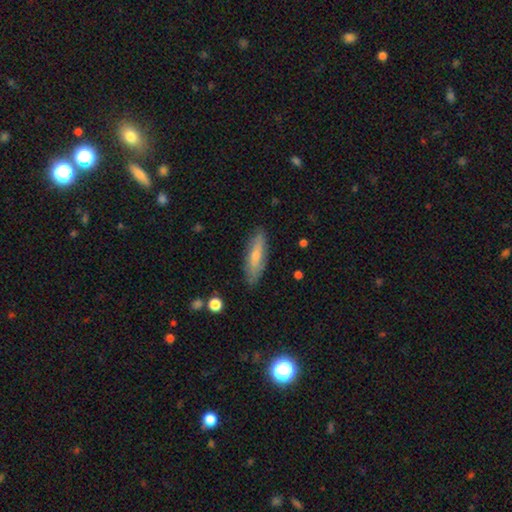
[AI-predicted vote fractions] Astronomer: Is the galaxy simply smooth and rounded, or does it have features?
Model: smooth — 63%.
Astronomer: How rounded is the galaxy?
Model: cigar-shaped — 65%.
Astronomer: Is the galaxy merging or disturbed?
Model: none — 85%.